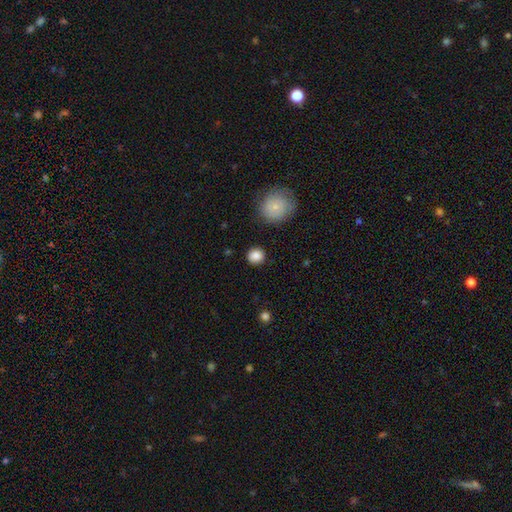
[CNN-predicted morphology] smooth 86%, star or artifact 9%, featured or disk 5%. Down the decision tree: how rounded — round (90%); merging — none (87%).